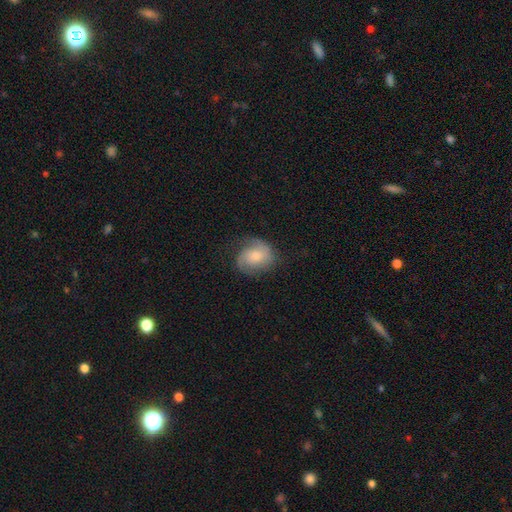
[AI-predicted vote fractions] smooth_or_featured: featured or disk (p=0.53) [alt: smooth p=0.40]
disk_edge_on: no (p=0.97) [alt: yes p=0.03]
bar: no (p=0.70) [alt: weak p=0.25]
has_spiral_arms: yes (p=0.88) [alt: no p=0.12]
bulge_size: moderate (p=0.48) [alt: small p=0.41]
merging: none (p=0.66) [alt: minor disturbance p=0.23]